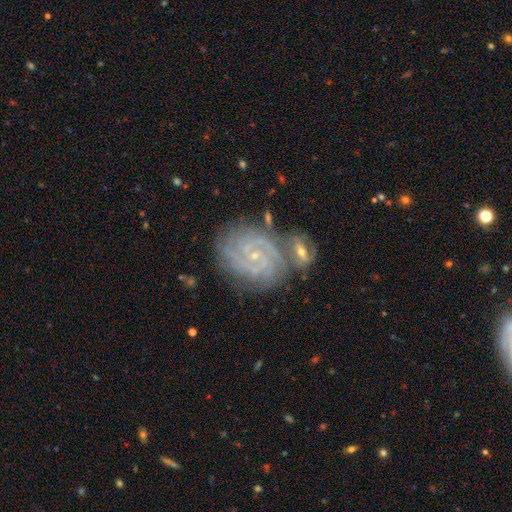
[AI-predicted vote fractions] featured or disk 86%, star or artifact 7%, smooth 6%. Down the decision tree: edge-on disk — no (98%); bar — no (63%); spiral arms — yes (98%); spiral arm count — 3 (25%); spiral winding — tight (77%); bulge size — small (82%); merging — none (56%).